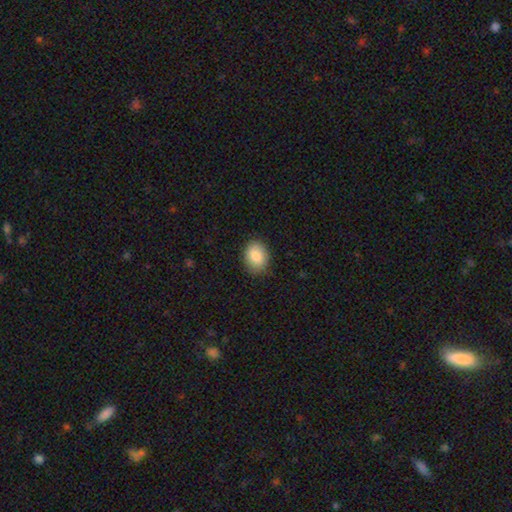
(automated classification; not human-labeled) Smooth or featured? smooth (88%)
How rounded? in between (70%)
Merging? none (85%)